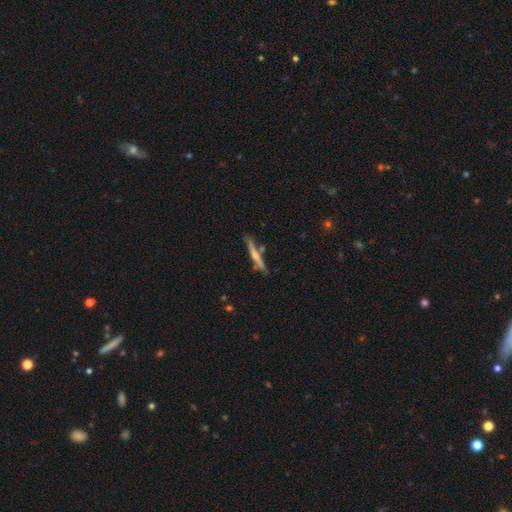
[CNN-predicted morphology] featured or disk 59%, smooth 35%, star or artifact 6%. Down the decision tree: edge-on disk — yes (96%); edge-on bulge — rounded (72%); merging — none (76%).